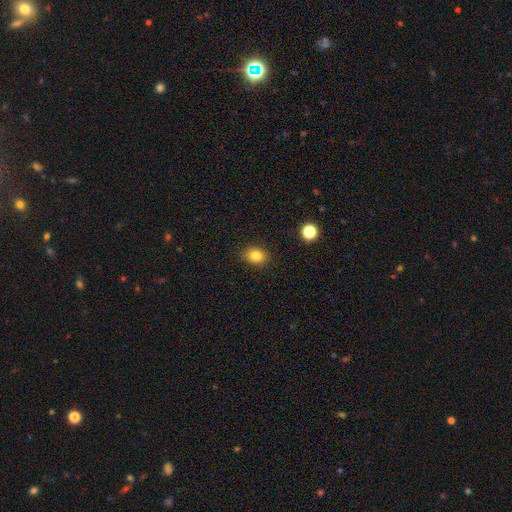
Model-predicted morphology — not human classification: smooth 82%, star or artifact 11%, featured or disk 7%. Down the decision tree: how rounded — in between (58%); merging — none (88%).